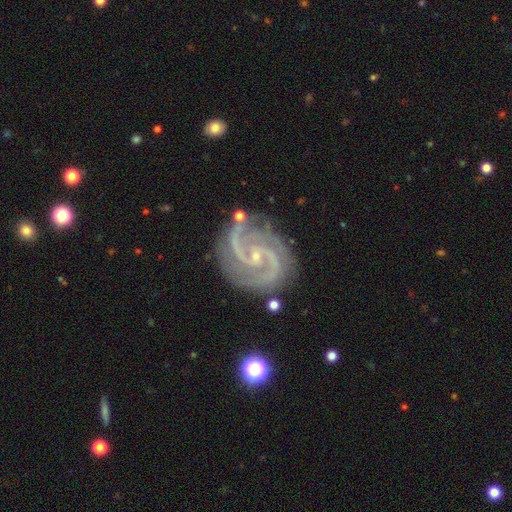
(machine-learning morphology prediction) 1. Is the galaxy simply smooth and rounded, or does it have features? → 93% featured or disk, 5% star or artifact, 2% smooth.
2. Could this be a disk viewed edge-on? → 98% no, 2% yes.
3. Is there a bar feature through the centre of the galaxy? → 46% no, 37% weak, 17% strong.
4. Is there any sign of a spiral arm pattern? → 99% yes, 1% no.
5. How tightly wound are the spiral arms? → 56% medium, 34% tight, 10% loose.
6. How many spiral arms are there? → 82% 2, 8% 3, 3% can't tell, 3% 4, 2% 1, 2% more than 4.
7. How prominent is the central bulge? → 85% small, 9% moderate, 4% none, 1% large, 1% dominant.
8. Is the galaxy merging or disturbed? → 75% none, 17% minor disturbance, 5% major disturbance, 3% merger.